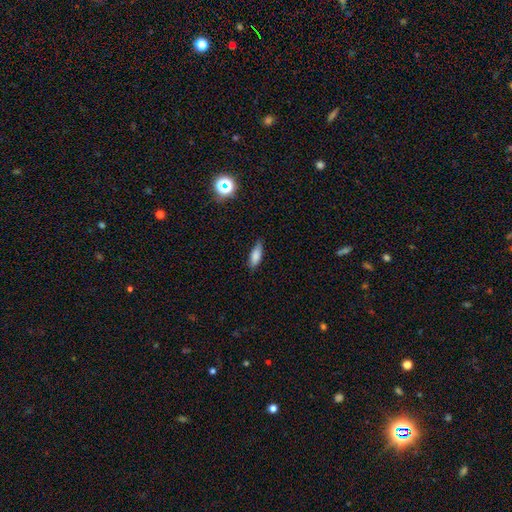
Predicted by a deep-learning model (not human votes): Smooth or featured? Predicted: smooth (p=0.82). How rounded? Predicted: in between (p=0.65). Merging? Predicted: none (p=0.78).